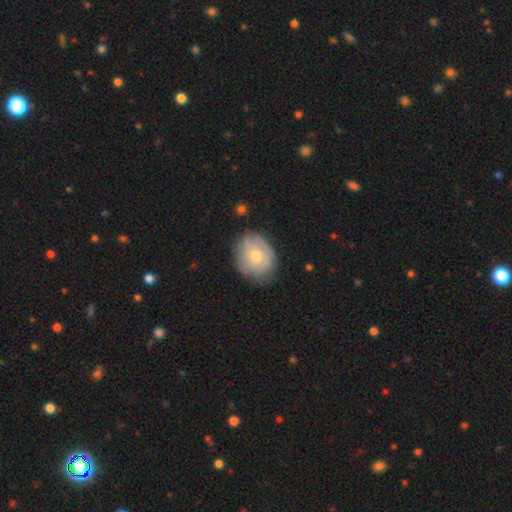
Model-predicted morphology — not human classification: A smooth galaxy with no disk features (55%) that is round (52%). Merging: none (70%).